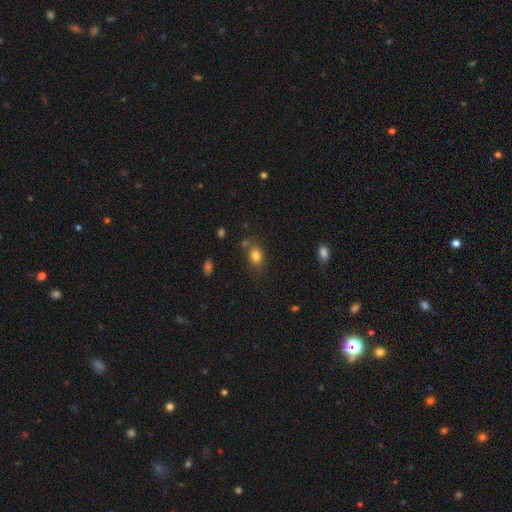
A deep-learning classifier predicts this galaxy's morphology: smooth 81%, star or artifact 11%, featured or disk 8%. Down the decision tree: how rounded — in between (63%); merging — none (71%).